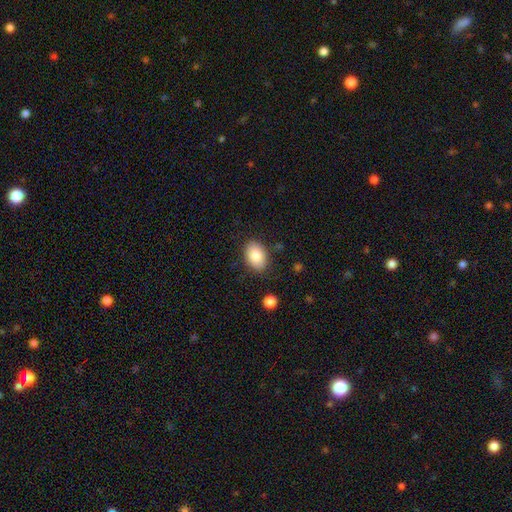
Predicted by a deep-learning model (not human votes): A smooth galaxy with no disk features (85%) that is in between round and cigar-shaped (83%).

Vote fractions:
- Smooth or featured? smooth: 85% / featured or disk: 8% / star or artifact: 7%
- How rounded? in between: 83% / round: 16% / cigar-shaped: 1%
- Merging? none: 84% / minor disturbance: 11% / major disturbance: 3% / merger: 2%